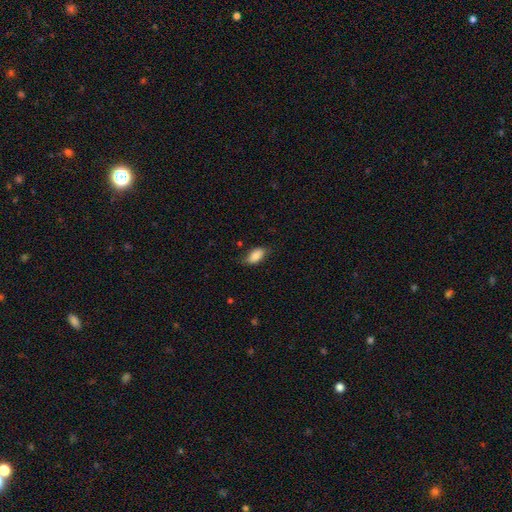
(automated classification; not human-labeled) Smooth or featured?
  - smooth: 86% *
  - featured or disk: 7%
  - star or artifact: 7%
How rounded?
  - in between: 92% *
  - round: 4%
  - cigar-shaped: 4%
Merging?
  - none: 68% *
  - minor disturbance: 25%
  - major disturbance: 6%
  - merger: 1%